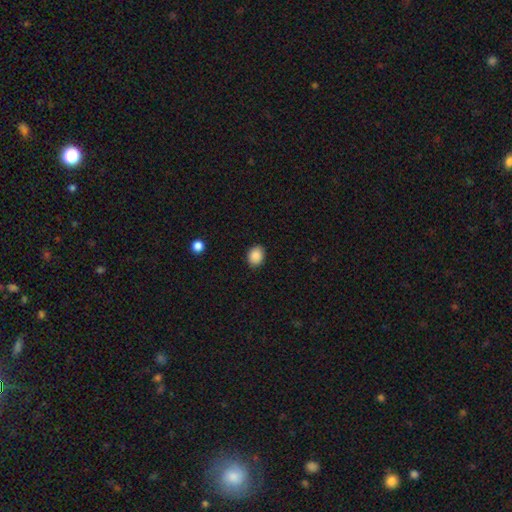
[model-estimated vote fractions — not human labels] This is clearly a smooth galaxy (88%). How rounded: possibly in between (54%). Merging: clearly none (89%).